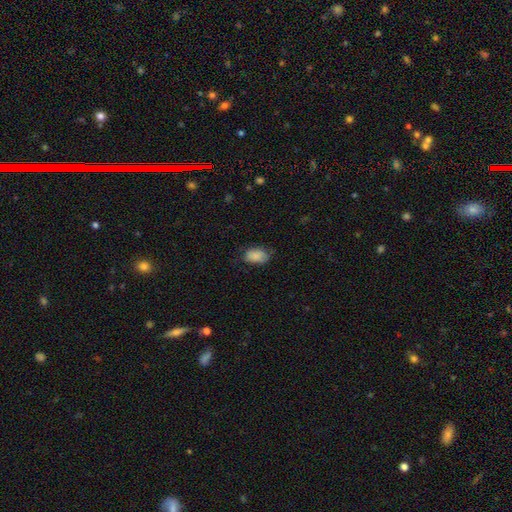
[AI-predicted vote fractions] Smooth or featured?
  - smooth: 87% *
  - star or artifact: 8%
  - featured or disk: 6%
How rounded?
  - in between: 90% *
  - round: 9%
  - cigar-shaped: 2%
Merging?
  - none: 67% *
  - minor disturbance: 26%
  - major disturbance: 6%
  - merger: 1%